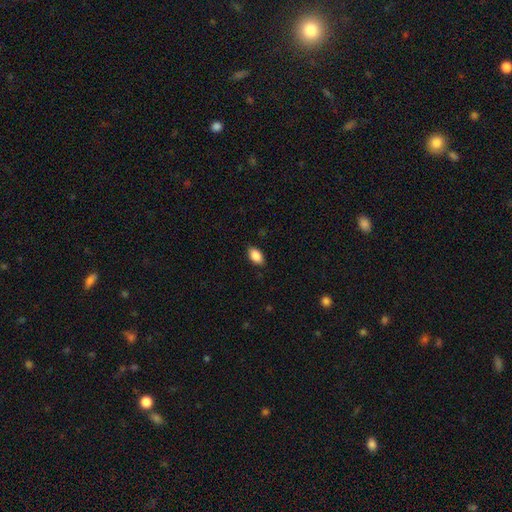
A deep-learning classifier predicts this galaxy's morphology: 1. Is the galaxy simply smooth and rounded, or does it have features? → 87% smooth, 8% star or artifact, 5% featured or disk.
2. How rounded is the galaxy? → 91% in between, 6% round, 2% cigar-shaped.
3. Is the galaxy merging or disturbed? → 85% none, 12% minor disturbance, 2% major disturbance, 1% merger.